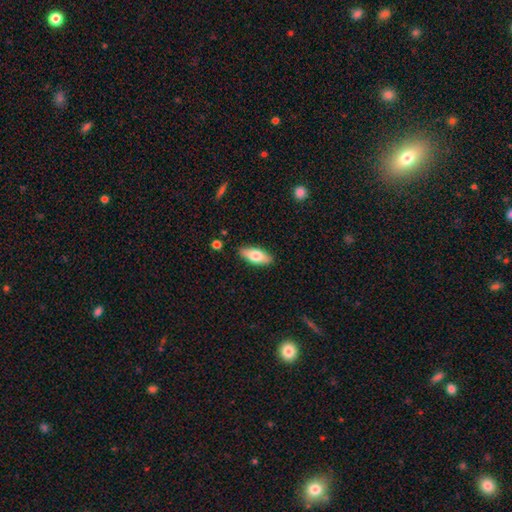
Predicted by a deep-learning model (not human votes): A smooth galaxy with no disk features (73%) that is in between round and cigar-shaped (80%).

Vote fractions:
- Smooth or featured? smooth: 73% / featured or disk: 21% / star or artifact: 6%
- How rounded? in between: 80% / cigar-shaped: 18% / round: 2%
- Merging? none: 87% / minor disturbance: 10% / major disturbance: 2% / merger: 1%